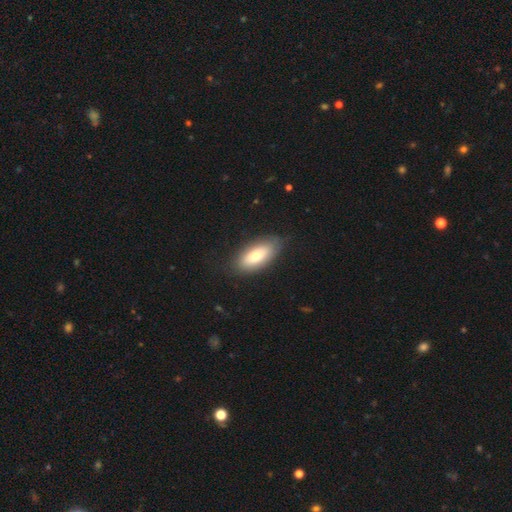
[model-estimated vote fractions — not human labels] Smooth or featured? Predicted: smooth (p=0.73). How rounded? Predicted: in between (p=0.88). Merging? Predicted: none (p=0.82).